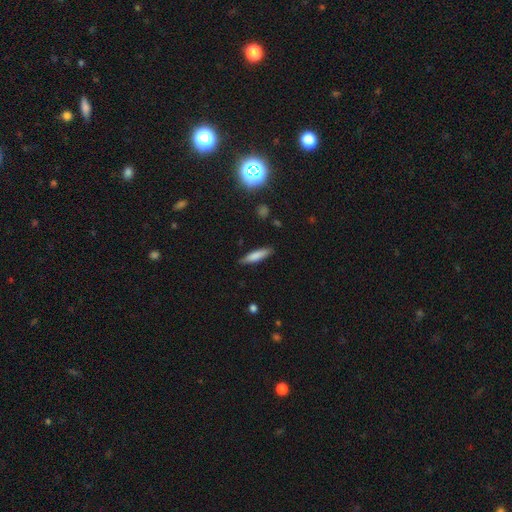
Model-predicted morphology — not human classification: smooth 78%, featured or disk 15%, star or artifact 7%. Down the decision tree: how rounded — cigar-shaped (75%); merging — none (86%).